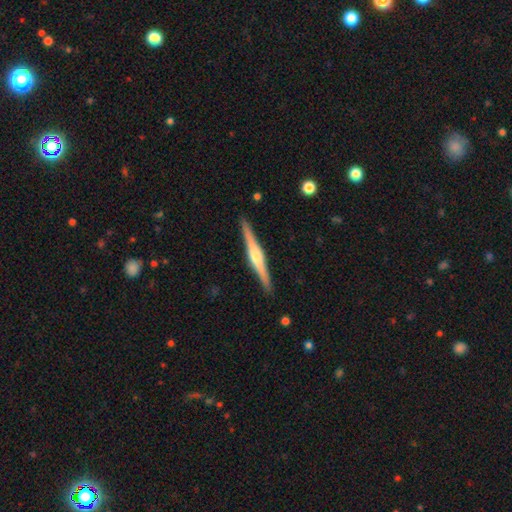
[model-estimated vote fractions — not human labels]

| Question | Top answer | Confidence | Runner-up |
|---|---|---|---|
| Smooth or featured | featured or disk | 77% | smooth (18%) |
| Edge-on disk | yes | 98% | no (2%) |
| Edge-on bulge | rounded | 80% | boxy (12%) |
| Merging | none | 92% | minor disturbance (6%) |